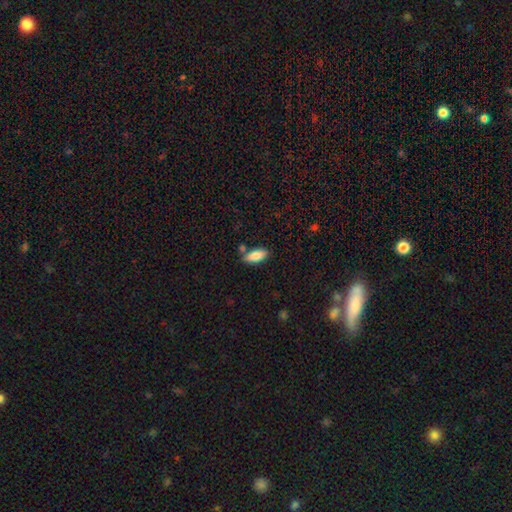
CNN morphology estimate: Smooth or featured? Predicted: smooth (p=0.84). How rounded? Predicted: in between (p=0.84). Merging? Predicted: none (p=0.77).